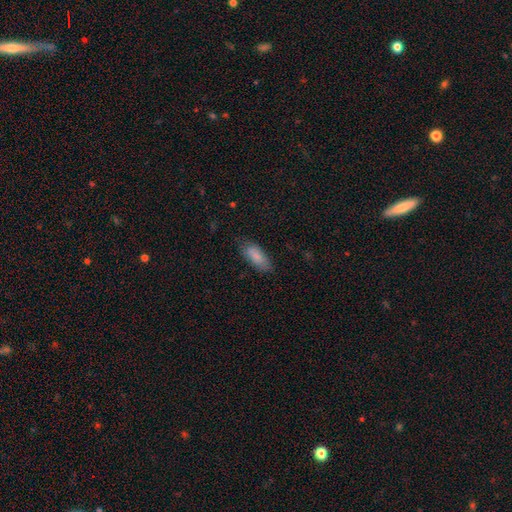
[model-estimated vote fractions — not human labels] Q: Smooth or featured?
A: smooth (83%); runner-up: featured or disk (10%)
Q: How rounded?
A: in between (82%); runner-up: cigar-shaped (16%)
Q: Merging?
A: none (75%); runner-up: minor disturbance (19%)